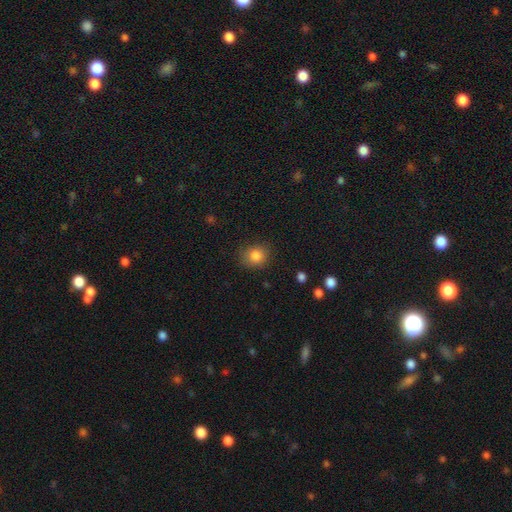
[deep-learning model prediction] Smooth or featured? Predicted: smooth (p=0.84). How rounded? Predicted: round (p=0.73). Merging? Predicted: none (p=0.83).